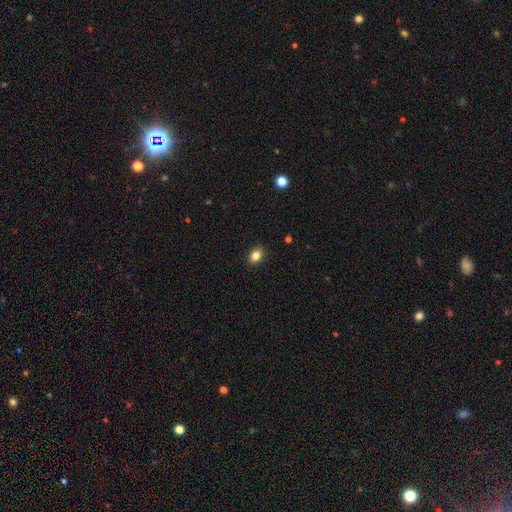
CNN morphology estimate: Q: Smooth or featured?
A: smooth (83%); runner-up: star or artifact (10%)
Q: How rounded?
A: in between (65%); runner-up: round (34%)
Q: Merging?
A: none (90%); runner-up: minor disturbance (8%)